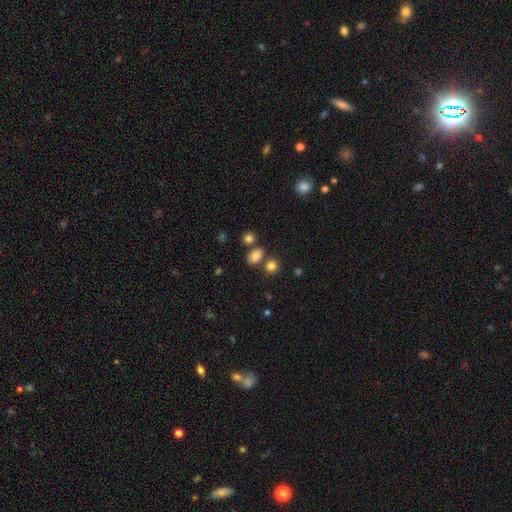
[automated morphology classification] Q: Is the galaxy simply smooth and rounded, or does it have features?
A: smooth — 82%.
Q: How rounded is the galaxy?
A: in between — 71%.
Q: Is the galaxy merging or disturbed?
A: none — 67%.